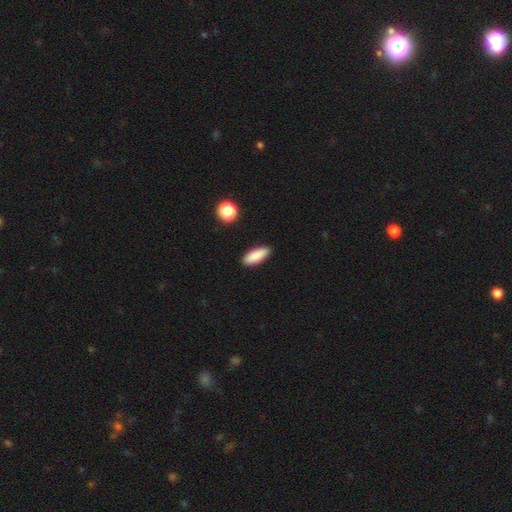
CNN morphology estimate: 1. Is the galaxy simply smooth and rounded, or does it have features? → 89% smooth, 7% star or artifact, 5% featured or disk.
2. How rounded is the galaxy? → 75% in between, 23% cigar-shaped, 2% round.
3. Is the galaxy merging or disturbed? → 89% none, 8% minor disturbance, 2% major disturbance, 1% merger.